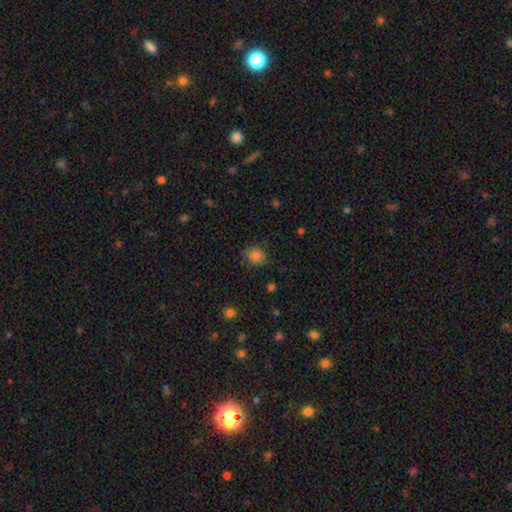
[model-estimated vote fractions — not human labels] Morphology: type=smooth (81%); roundness=round (61%); merging=none (75%).